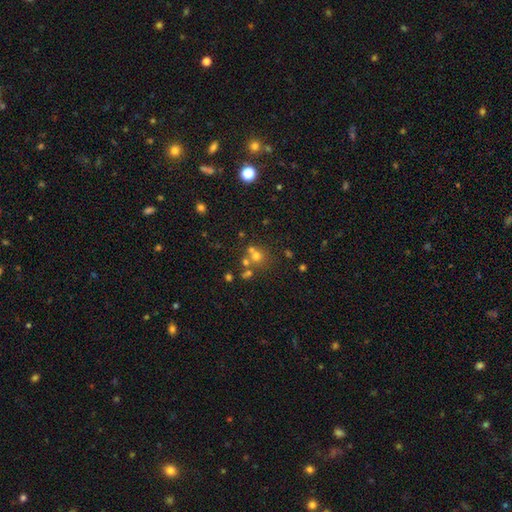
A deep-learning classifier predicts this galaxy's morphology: Smooth or featured? Predicted: smooth (p=0.58). How rounded? Predicted: round (p=0.85). Merging? Predicted: none (p=0.53).